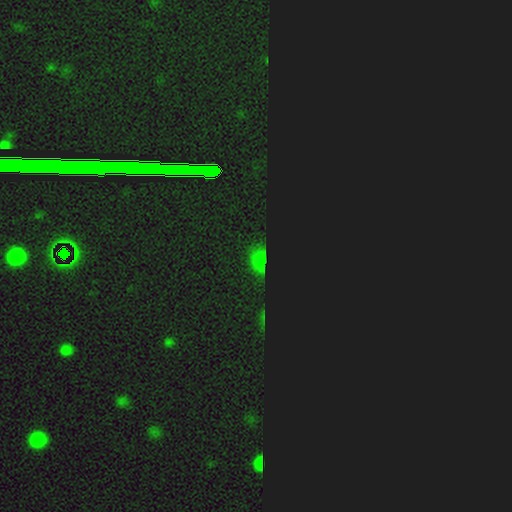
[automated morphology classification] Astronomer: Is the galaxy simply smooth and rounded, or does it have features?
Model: star or artifact — 66%.